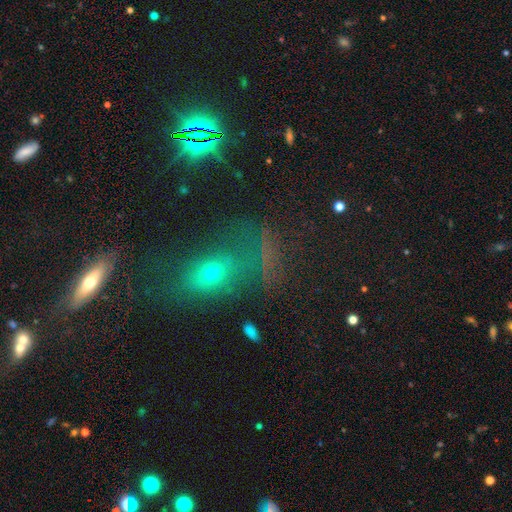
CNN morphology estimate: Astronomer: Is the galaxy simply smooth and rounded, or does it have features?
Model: star or artifact — 44% (runner-up: smooth, 34%).